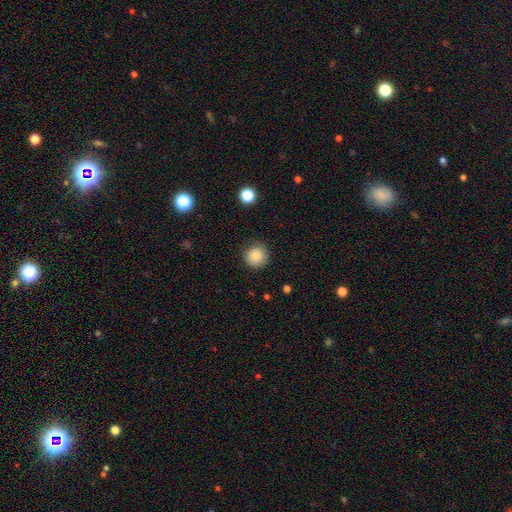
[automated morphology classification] Smooth or featured? Predicted: smooth (p=0.85). How rounded? Predicted: round (p=0.93). Merging? Predicted: none (p=0.85).